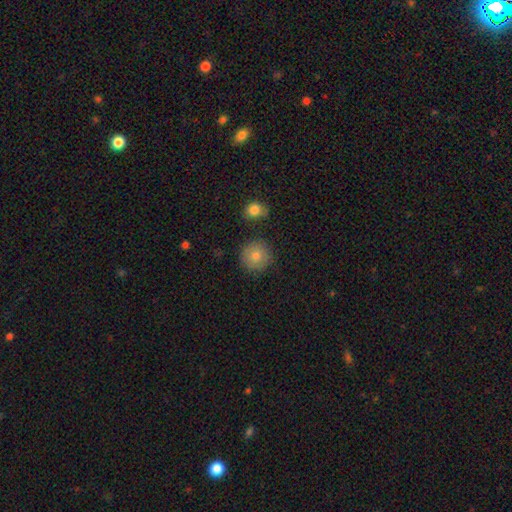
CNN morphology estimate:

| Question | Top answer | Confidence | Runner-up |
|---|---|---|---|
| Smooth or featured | smooth | 80% | star or artifact (10%) |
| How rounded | round | 95% | in between (4%) |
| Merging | none | 87% | minor disturbance (8%) |